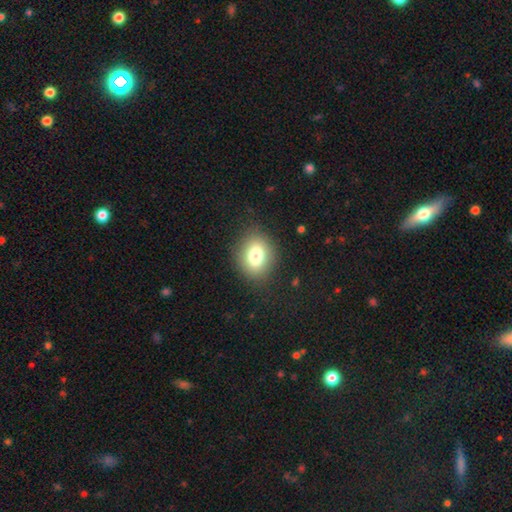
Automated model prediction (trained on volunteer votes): Smooth or featured: smooth — 79% (star or artifact — 11%)
How rounded: in between — 54% (round — 45%)
Merging: none — 85% (minor disturbance — 10%)